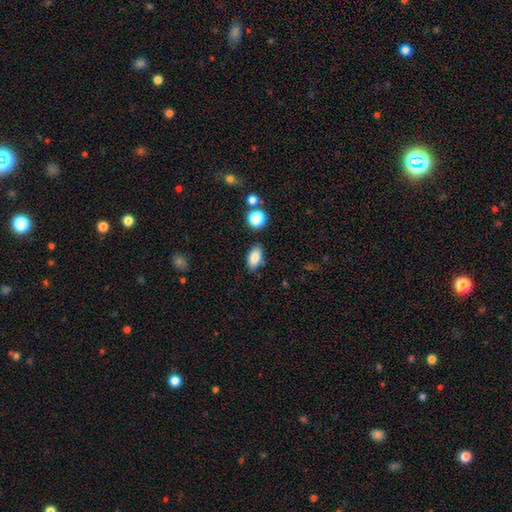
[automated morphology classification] Smooth or featured? smooth (84%)
How rounded? in between (90%)
Merging? none (81%)